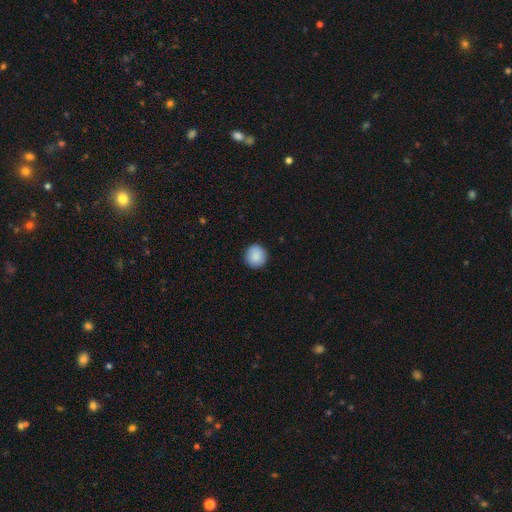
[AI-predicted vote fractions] Q: Smooth or featured?
A: smooth (89%); runner-up: star or artifact (7%)
Q: How rounded?
A: round (93%); runner-up: in between (6%)
Q: Merging?
A: none (91%); runner-up: minor disturbance (7%)